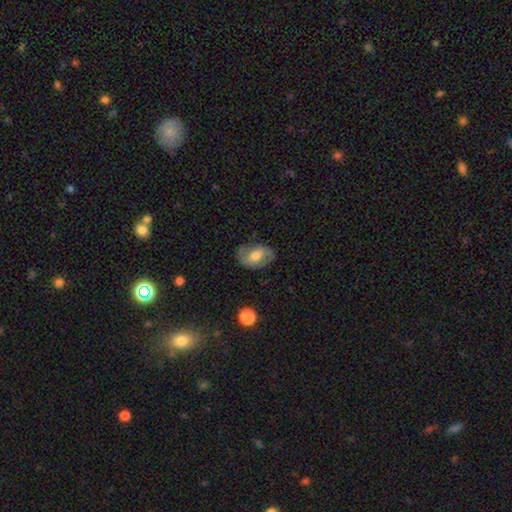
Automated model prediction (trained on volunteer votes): smooth 52%, featured or disk 41%, star or artifact 7%. Down the decision tree: how rounded — in between (82%); merging — none (69%).